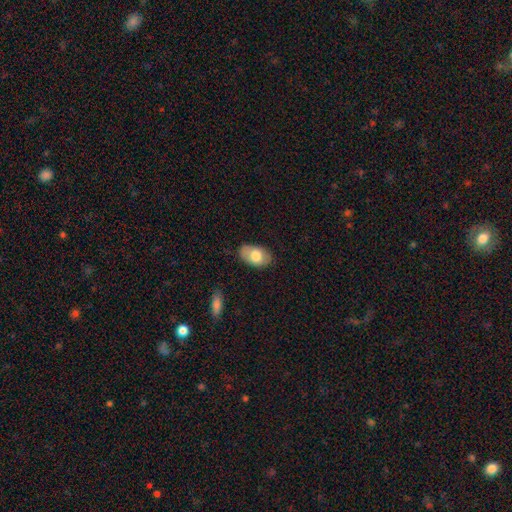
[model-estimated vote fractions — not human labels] This appears to be a smooth galaxy with no disk features (76%) that is in between round and cigar-shaped (93%). Merging: none (80%).